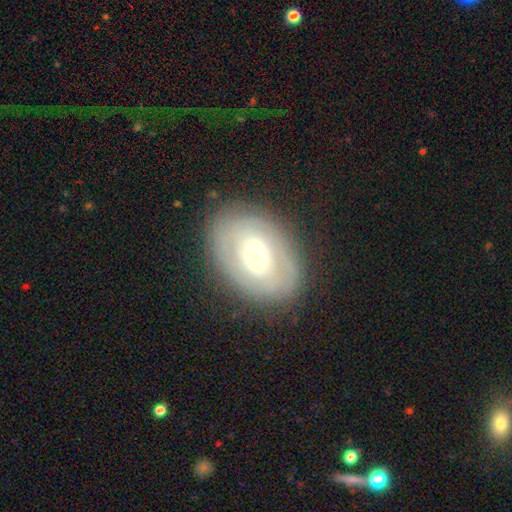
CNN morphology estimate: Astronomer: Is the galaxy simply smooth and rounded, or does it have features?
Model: featured or disk — 65%.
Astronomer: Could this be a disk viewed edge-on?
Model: no — 94%.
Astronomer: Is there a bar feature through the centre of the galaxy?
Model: weak — 43% (runner-up: no, 40%).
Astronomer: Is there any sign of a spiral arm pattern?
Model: yes — 62% (runner-up: no, 38%).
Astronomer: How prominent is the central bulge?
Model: moderate — 67%.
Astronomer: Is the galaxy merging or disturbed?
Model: none — 81%.